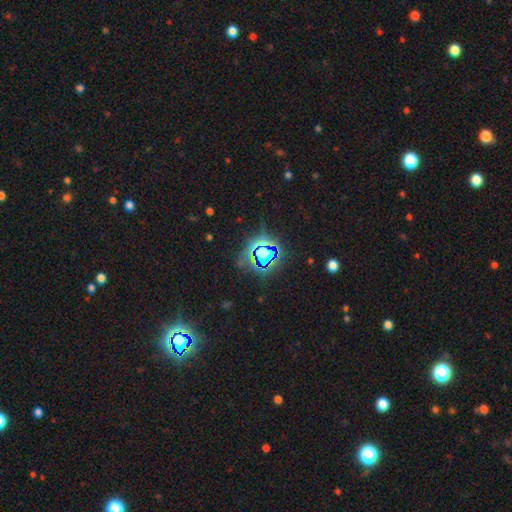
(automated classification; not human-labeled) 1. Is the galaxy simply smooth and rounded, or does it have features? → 80% star or artifact, 13% smooth, 7% featured or disk.